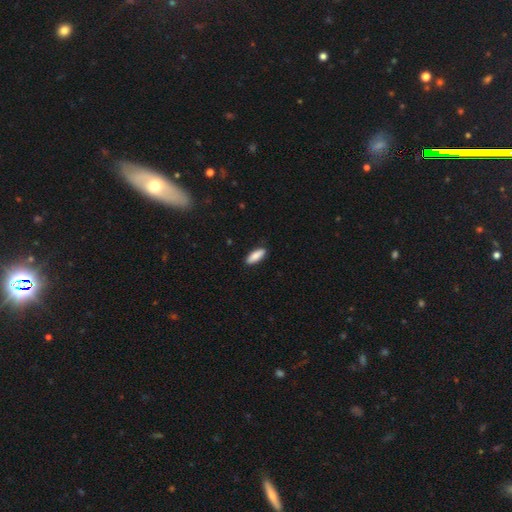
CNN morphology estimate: Smooth or featured? Predicted: smooth (p=0.88). How rounded? Predicted: in between (p=0.69). Merging? Predicted: none (p=0.88).